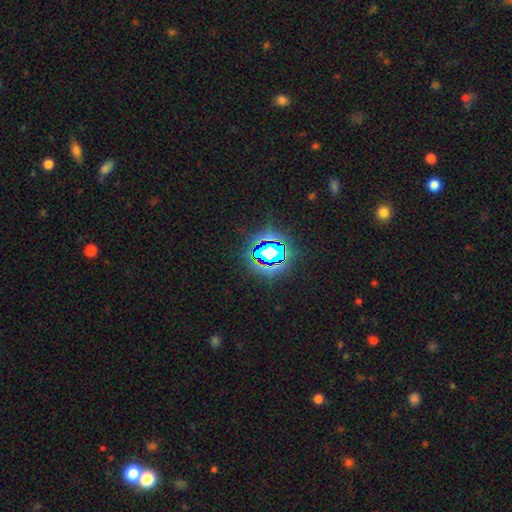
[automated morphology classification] This appears to be a star or artifact, not a galaxy (80%).